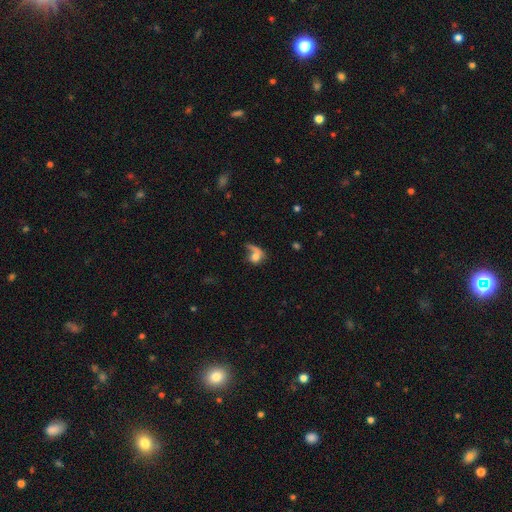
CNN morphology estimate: smooth_or_featured: smooth (p=0.61) [alt: featured or disk p=0.27]
how_rounded: round (p=0.51) [alt: in between p=0.44]
merging: major disturbance (p=0.34) [alt: none p=0.30]